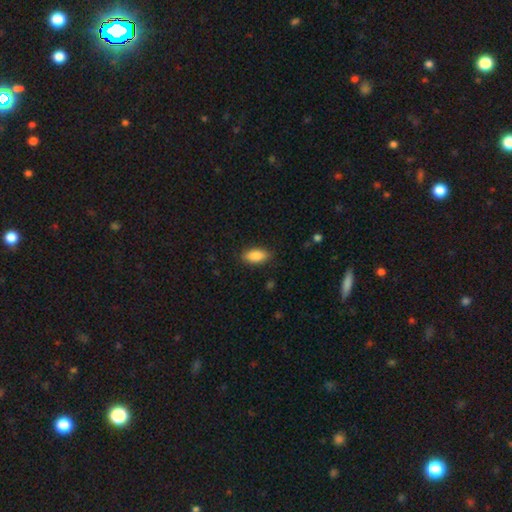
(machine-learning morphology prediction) This appears to be a smooth galaxy with no disk features (88%) that is in between round and cigar-shaped (88%). Merging: none (85%).